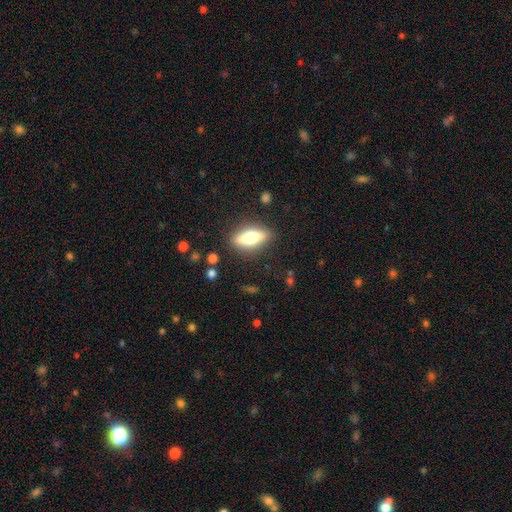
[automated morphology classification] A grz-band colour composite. It shows a smooth galaxy with no disk features (62%) that is in between round and cigar-shaped (76%). Merging: none (86%).